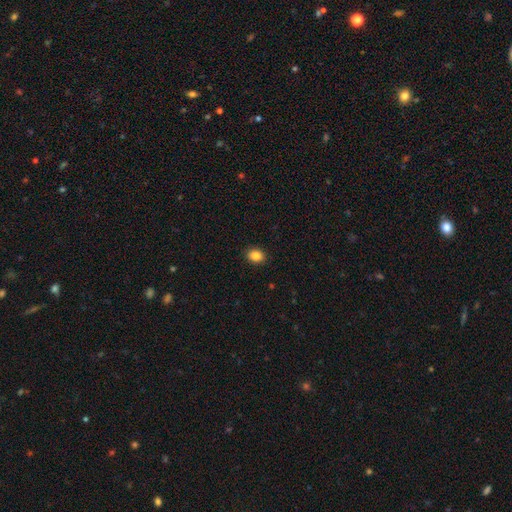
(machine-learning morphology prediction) type=smooth (87%); roundness=in between (59%); merging=none (91%).